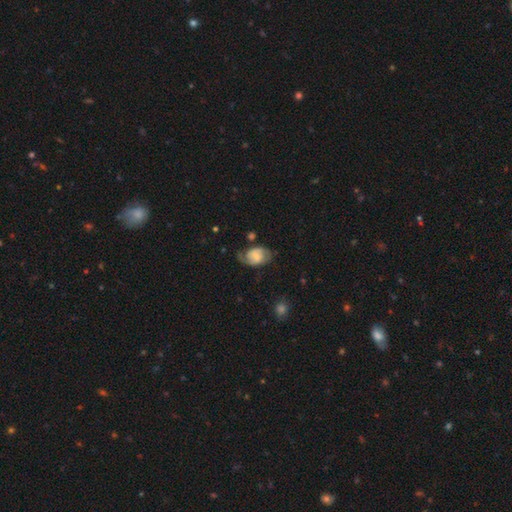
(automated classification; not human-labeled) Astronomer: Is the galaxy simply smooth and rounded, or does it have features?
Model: featured or disk — 65%.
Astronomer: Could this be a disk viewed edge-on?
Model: no — 97%.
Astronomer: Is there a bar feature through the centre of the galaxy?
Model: weak — 47% (runner-up: no, 37%).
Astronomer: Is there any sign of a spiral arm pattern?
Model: yes — 91%.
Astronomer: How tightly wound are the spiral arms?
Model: medium — 47% (runner-up: tight, 28%).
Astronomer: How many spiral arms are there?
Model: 2 — 84%.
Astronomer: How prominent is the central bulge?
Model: small — 42% (runner-up: moderate, 26%).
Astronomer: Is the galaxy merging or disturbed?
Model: none — 63%.